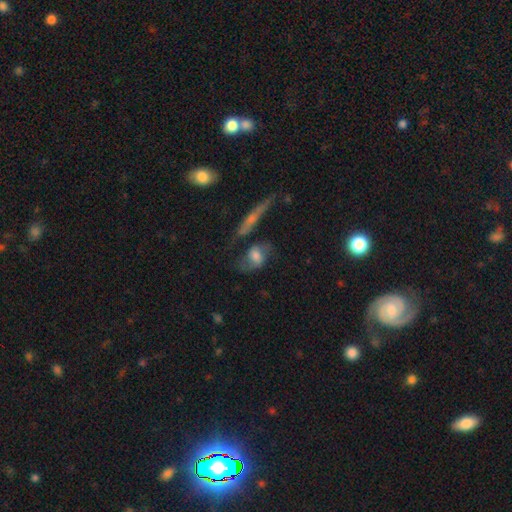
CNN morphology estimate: Q: Smooth or featured?
A: smooth (47%); runner-up: featured or disk (43%)
Q: Merging?
A: none (46%); runner-up: minor disturbance (21%)